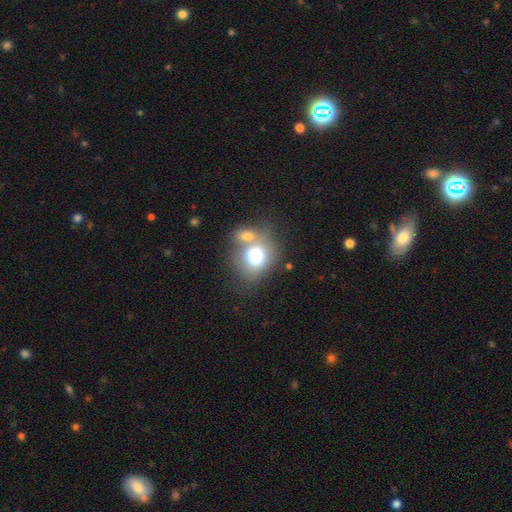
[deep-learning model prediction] Smooth or featured? smooth (73%)
How rounded? round (57%)
Merging? merger (45%)